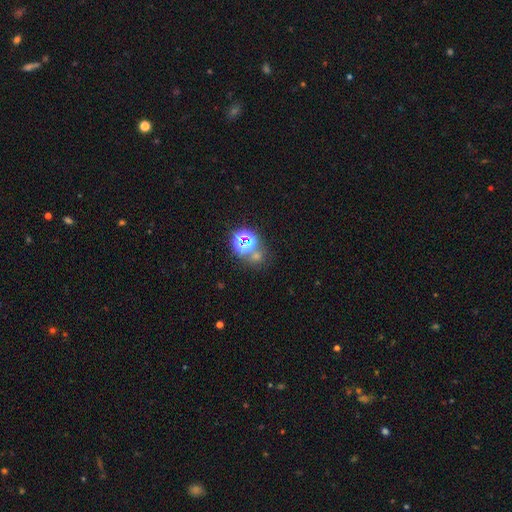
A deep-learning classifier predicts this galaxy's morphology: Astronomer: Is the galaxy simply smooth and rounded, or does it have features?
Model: star or artifact — 64%.